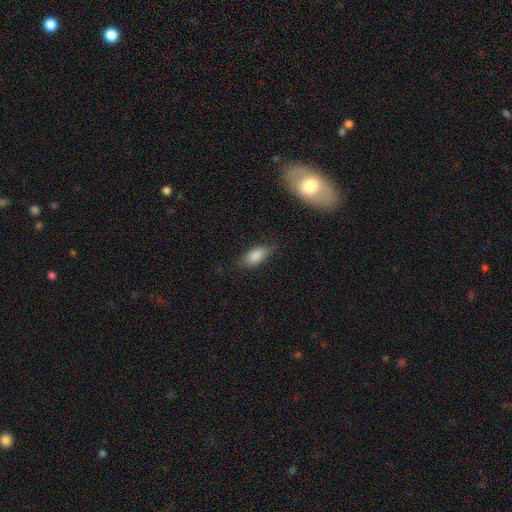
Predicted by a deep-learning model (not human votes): Smooth or featured? smooth (86%)
How rounded? in between (88%)
Merging? none (80%)